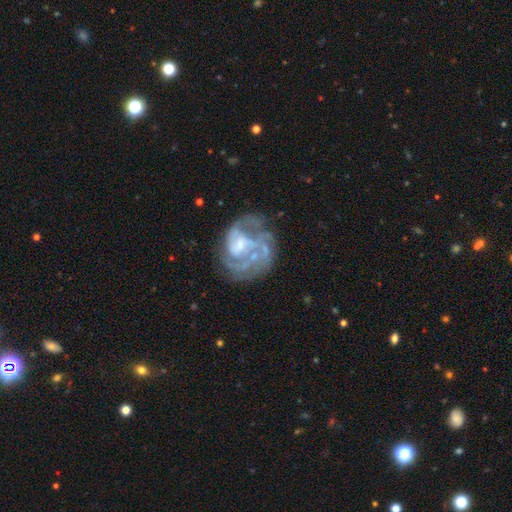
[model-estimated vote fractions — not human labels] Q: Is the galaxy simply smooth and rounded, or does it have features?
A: featured or disk — 78%.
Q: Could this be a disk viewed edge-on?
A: no — 98%.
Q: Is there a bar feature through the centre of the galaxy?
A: no — 54%.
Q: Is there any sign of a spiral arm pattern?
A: yes — 77%.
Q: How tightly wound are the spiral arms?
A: tight — 42%.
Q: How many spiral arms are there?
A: can't tell — 37%.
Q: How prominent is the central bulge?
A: small — 33%.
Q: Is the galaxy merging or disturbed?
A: none — 43%.